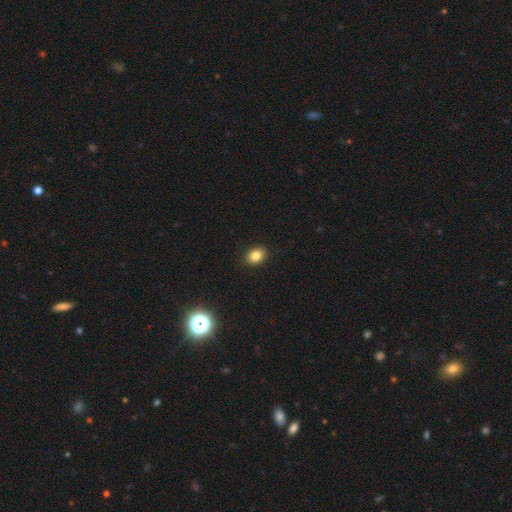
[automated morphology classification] smooth 83%, star or artifact 11%, featured or disk 6%. Down the decision tree: how rounded — in between (67%); merging — none (90%).